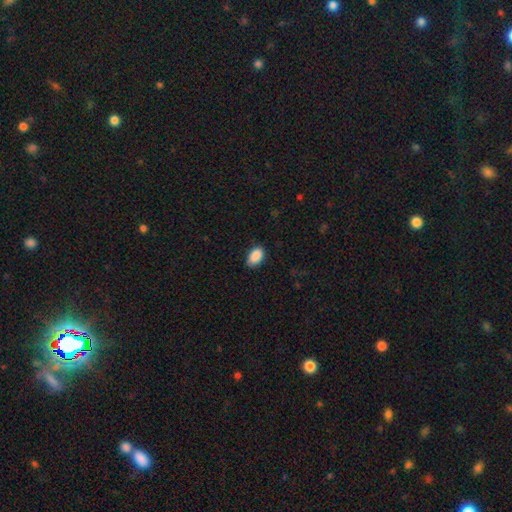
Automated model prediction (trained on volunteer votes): Overall: smooth (90%). How rounded: in between (91%). Merging: none (80%).